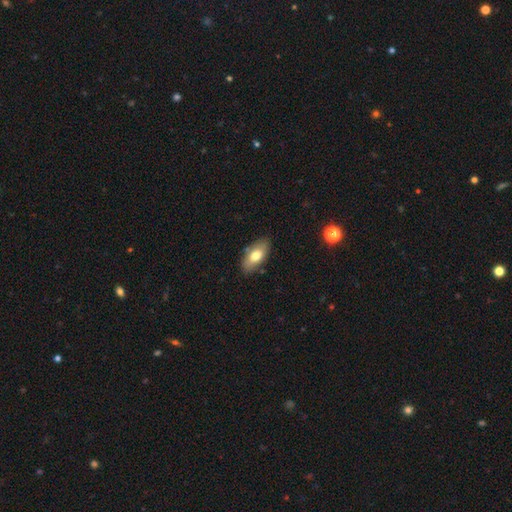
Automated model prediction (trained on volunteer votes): smooth-or-featured: smooth: 74% | featured or disk: 19% | star or artifact: 7%
  how-rounded: in between: 90% | cigar-shaped: 7% | round: 4%
  merging: none: 83% | minor disturbance: 12% | major disturbance: 3% | merger: 2%